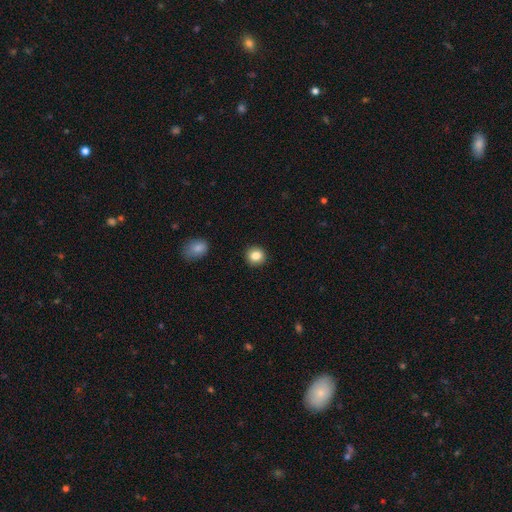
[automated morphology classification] smooth_or_featured: smooth (p=0.85) [alt: star or artifact p=0.10]
how_rounded: round (p=0.91) [alt: in between p=0.08]
merging: none (p=0.92) [alt: minor disturbance p=0.05]